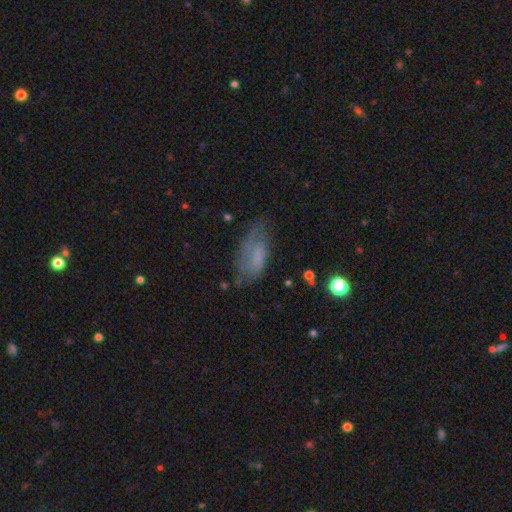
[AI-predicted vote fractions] Q: Smooth or featured?
A: smooth (54%); runner-up: featured or disk (35%)
Q: How rounded?
A: in between (82%); runner-up: cigar-shaped (14%)
Q: Merging?
A: none (52%); runner-up: minor disturbance (29%)